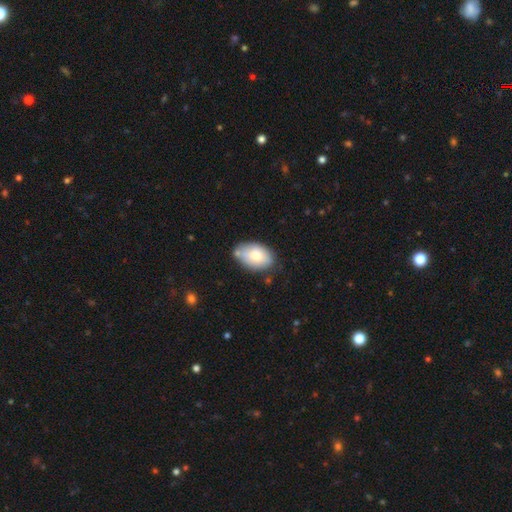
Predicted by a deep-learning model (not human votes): Morphology: type=smooth (75%); roundness=in between (91%); merging=none (65%).